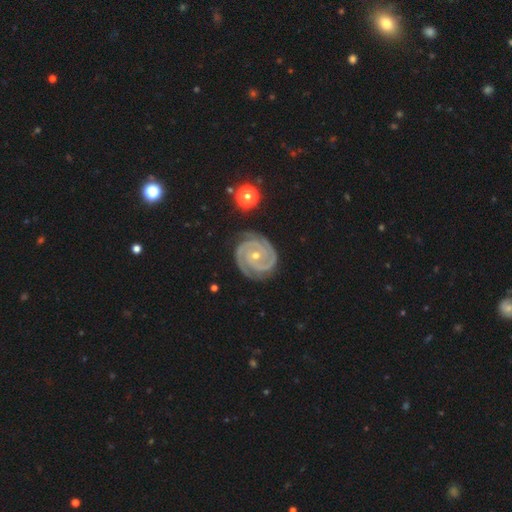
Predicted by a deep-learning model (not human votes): featured or disk 93%, star or artifact 4%, smooth 3%. Down the decision tree: edge-on disk — no (98%); bar — no (70%); spiral arms — yes (99%); spiral arm count — 2 (62%); spiral winding — tight (84%); bulge size — small (66%); merging — none (83%).